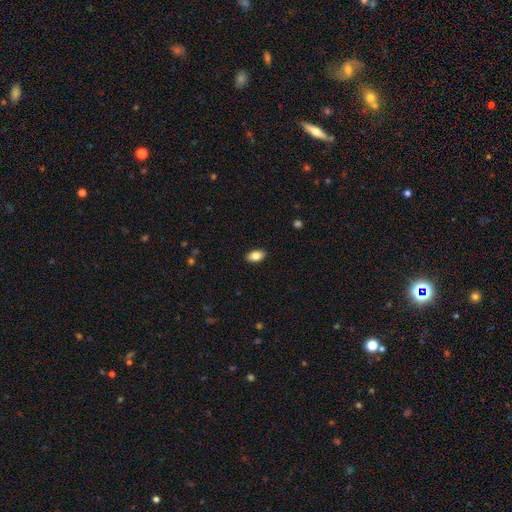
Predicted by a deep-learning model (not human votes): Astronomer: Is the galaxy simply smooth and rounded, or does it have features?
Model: smooth — 83%.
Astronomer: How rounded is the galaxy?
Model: in between — 91%.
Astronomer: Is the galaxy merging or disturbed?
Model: none — 89%.